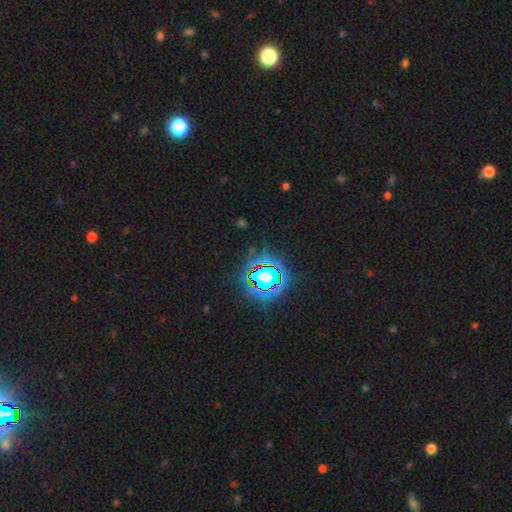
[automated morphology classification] smooth_or_featured: star or artifact (p=0.83) [alt: smooth p=0.10]